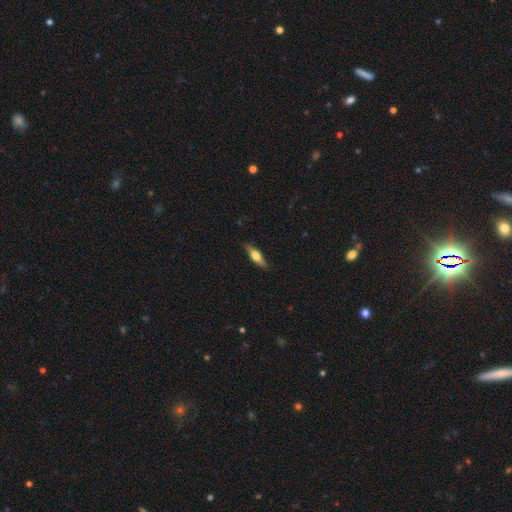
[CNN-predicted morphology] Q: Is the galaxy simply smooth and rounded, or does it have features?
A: featured or disk — 49%.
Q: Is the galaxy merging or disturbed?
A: none — 86%.